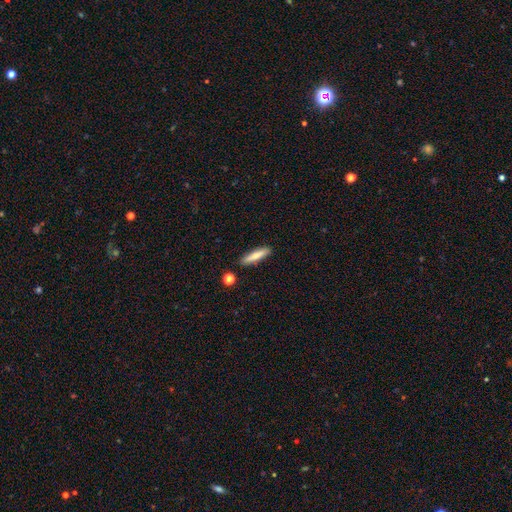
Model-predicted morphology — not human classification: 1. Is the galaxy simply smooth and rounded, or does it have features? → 71% smooth, 22% featured or disk, 7% star or artifact.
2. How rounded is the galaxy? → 81% cigar-shaped, 17% in between, 2% round.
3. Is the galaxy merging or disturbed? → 87% none, 8% minor disturbance, 3% merger, 2% major disturbance.